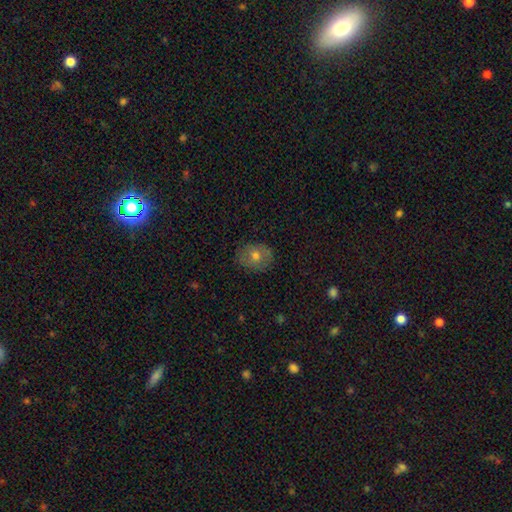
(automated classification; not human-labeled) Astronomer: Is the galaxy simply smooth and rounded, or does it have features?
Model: smooth — 62%.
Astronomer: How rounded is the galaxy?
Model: round — 57% (runner-up: in between, 42%).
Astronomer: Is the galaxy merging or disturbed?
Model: none — 83%.